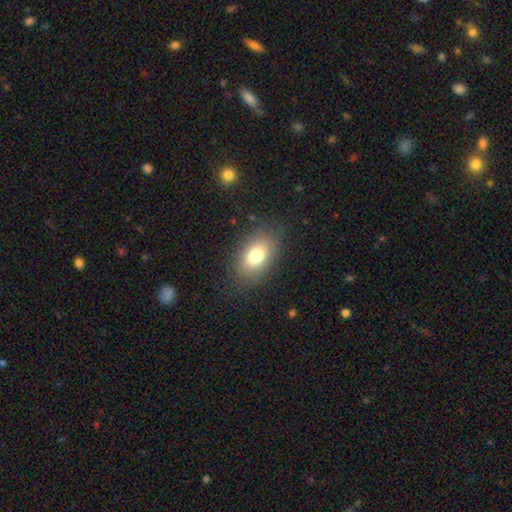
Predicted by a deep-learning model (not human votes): Q: Smooth or featured?
A: smooth (76%); runner-up: featured or disk (14%)
Q: How rounded?
A: in between (86%); runner-up: round (12%)
Q: Merging?
A: none (81%); runner-up: minor disturbance (12%)